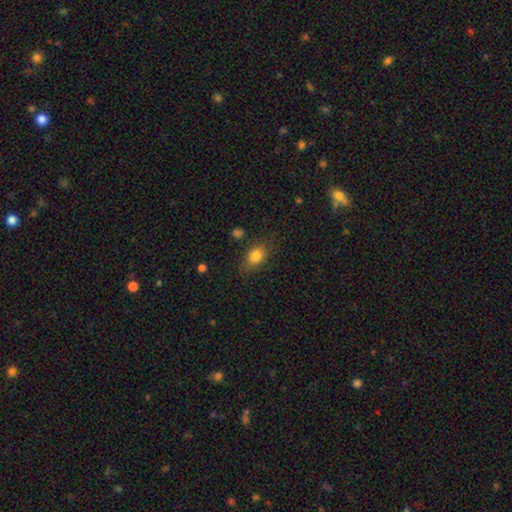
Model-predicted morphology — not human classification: Smooth or featured?
  - smooth: 82% *
  - star or artifact: 10%
  - featured or disk: 8%
How rounded?
  - in between: 73% *
  - round: 24%
  - cigar-shaped: 3%
Merging?
  - none: 74% *
  - minor disturbance: 18%
  - major disturbance: 6%
  - merger: 3%